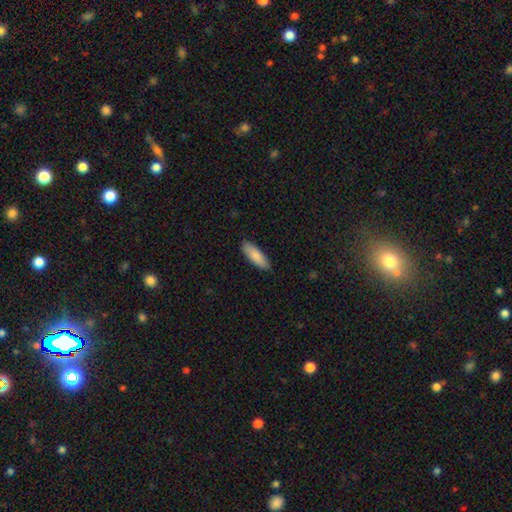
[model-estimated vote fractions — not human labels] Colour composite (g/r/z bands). It shows a smooth galaxy with no disk features (88%) that is in between round and cigar-shaped (58%). Merging: none (89%).